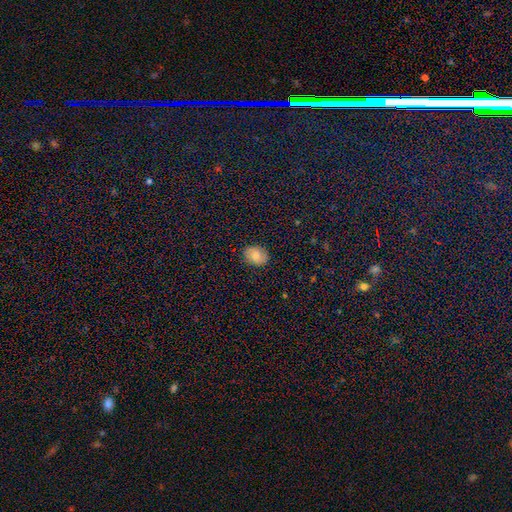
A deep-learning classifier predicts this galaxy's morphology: Smooth or featured: smooth — 73% (featured or disk — 18%)
How rounded: in between — 57% (round — 42%)
Merging: none — 87% (minor disturbance — 10%)